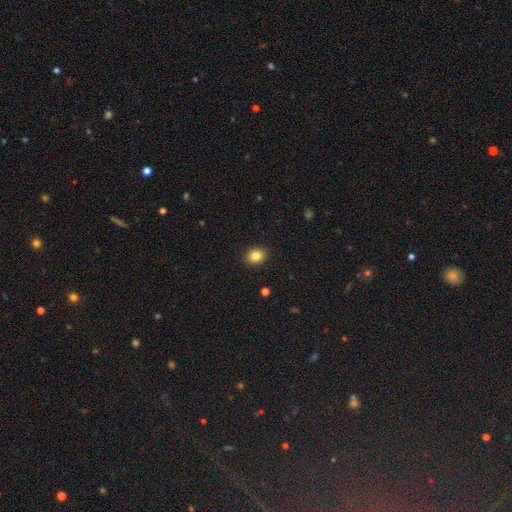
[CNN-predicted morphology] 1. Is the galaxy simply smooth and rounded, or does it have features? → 84% smooth, 10% star or artifact, 6% featured or disk.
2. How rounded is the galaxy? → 58% round, 41% in between, 1% cigar-shaped.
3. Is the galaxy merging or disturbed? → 91% none, 6% minor disturbance, 2% major disturbance, 1% merger.